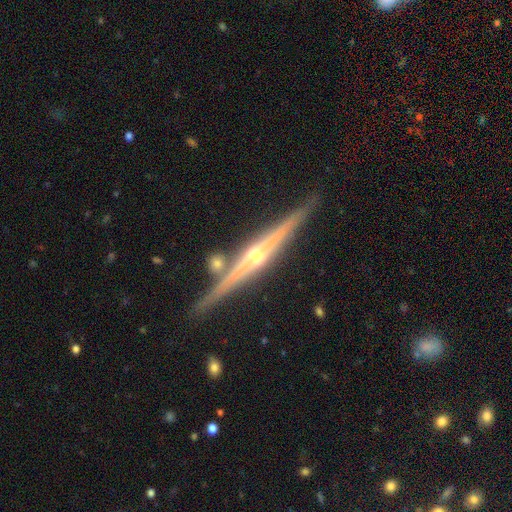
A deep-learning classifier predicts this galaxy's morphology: Smooth or featured? featured or disk (83%)
Edge-on disk? yes (98%)
Edge-on bulge? rounded (88%)
Merging? none (83%)